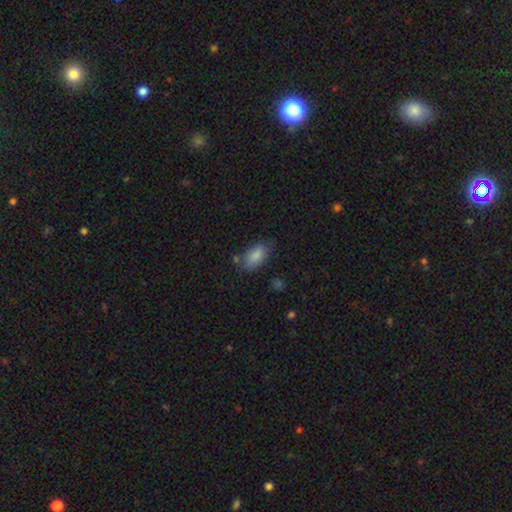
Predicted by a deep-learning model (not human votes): A smooth galaxy with no disk features (86%) that is in between round and cigar-shaped (92%).

Vote fractions:
- Smooth or featured? smooth: 86% / star or artifact: 7% / featured or disk: 7%
- How rounded? in between: 92% / round: 5% / cigar-shaped: 3%
- Merging? none: 68% / minor disturbance: 21% / major disturbance: 6% / merger: 5%